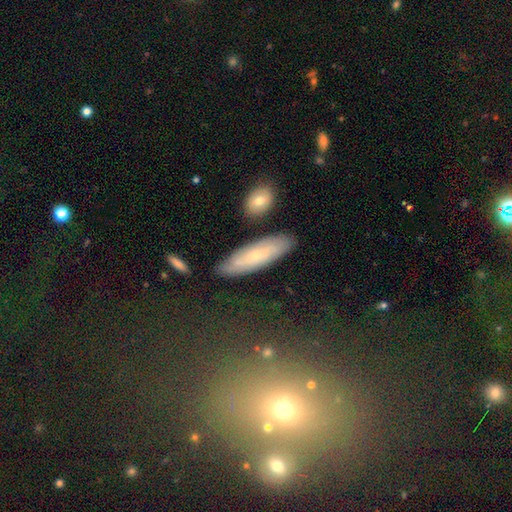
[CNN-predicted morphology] Smooth or featured: smooth — 51% (featured or disk — 41%)
How rounded: cigar-shaped — 58% (in between — 40%)
Merging: none — 82% (minor disturbance — 12%)